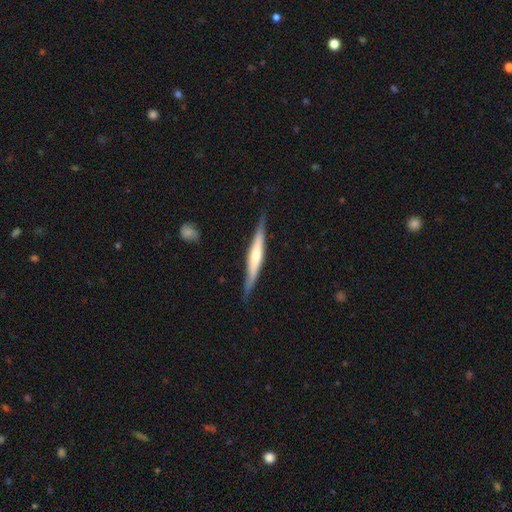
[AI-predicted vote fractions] A featured or disk galaxy (59%) viewed edge-on (96%) with a rounded central bulge (54%).

Vote fractions:
- Smooth or featured? featured or disk: 59% / smooth: 36% / star or artifact: 5%
- Edge-on disk? yes: 96% / no: 4%
- Edge-on bulge? rounded: 54% / none: 26% / boxy: 20%
- Merging? none: 83% / minor disturbance: 13% / major disturbance: 2% / merger: 1%